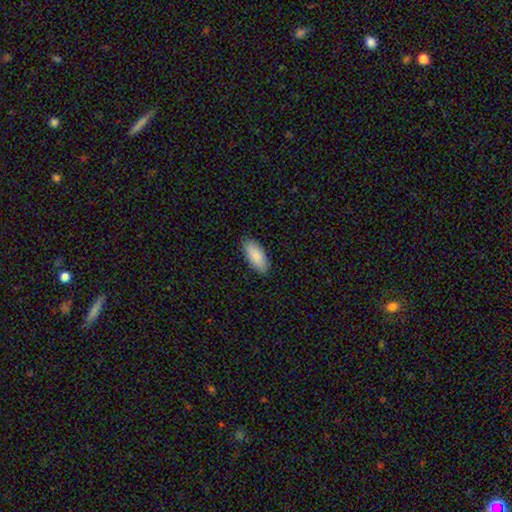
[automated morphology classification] Smooth or featured?
  - smooth: 87% *
  - featured or disk: 8%
  - star or artifact: 6%
How rounded?
  - in between: 89% *
  - cigar-shaped: 9%
  - round: 2%
Merging?
  - none: 88% *
  - minor disturbance: 10%
  - major disturbance: 2%
  - merger: 1%